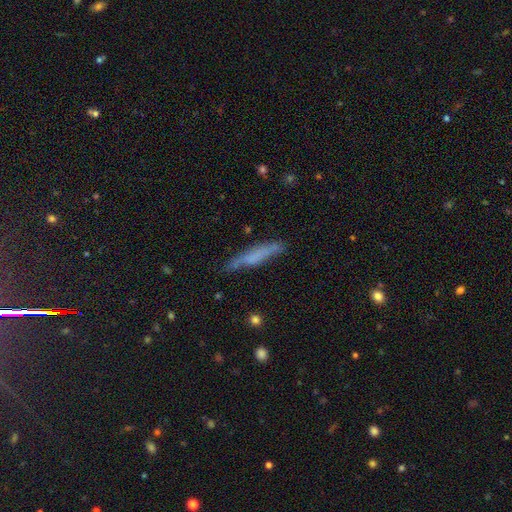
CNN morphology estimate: Smooth or featured: smooth — 55% (featured or disk — 37%)
How rounded: cigar-shaped — 92% (in between — 7%)
Merging: none — 74% (minor disturbance — 19%)